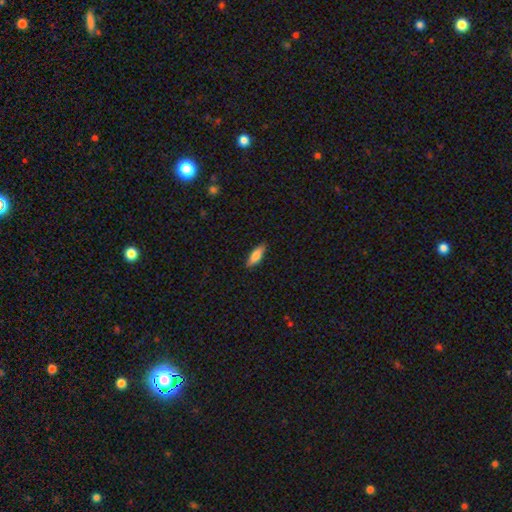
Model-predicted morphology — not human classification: A smooth galaxy with no disk features (76%) that is in between round and cigar-shaped (57%).

Vote fractions:
- Smooth or featured? smooth: 76% / featured or disk: 18% / star or artifact: 6%
- How rounded? in between: 57% / cigar-shaped: 41% / round: 2%
- Merging? none: 86% / minor disturbance: 11% / major disturbance: 2% / merger: 1%